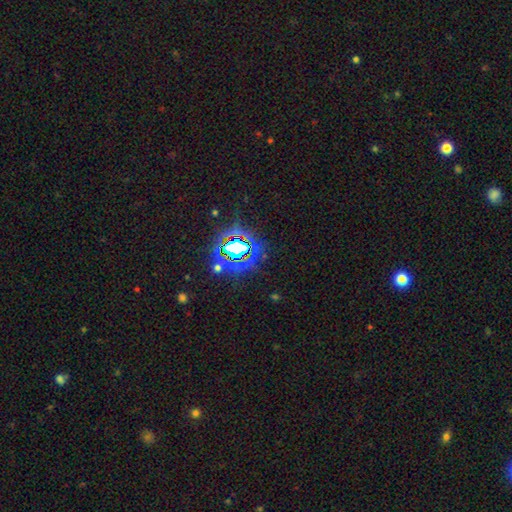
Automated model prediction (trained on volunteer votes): This appears to be a star or artifact, not a galaxy (81%).